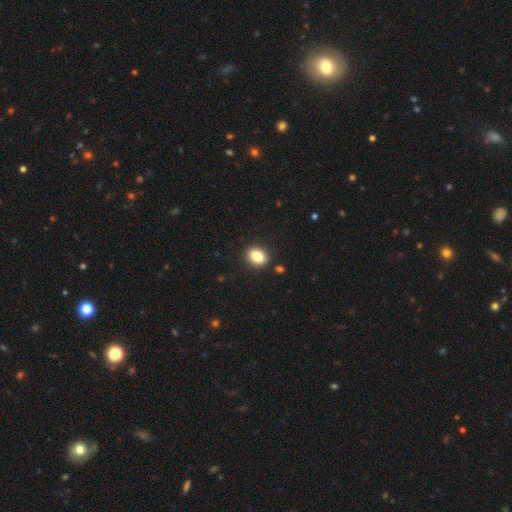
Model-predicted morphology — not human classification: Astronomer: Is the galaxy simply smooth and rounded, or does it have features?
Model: smooth — 82%.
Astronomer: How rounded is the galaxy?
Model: in between — 56% (runner-up: round, 42%).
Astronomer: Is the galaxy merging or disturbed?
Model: none — 76%.